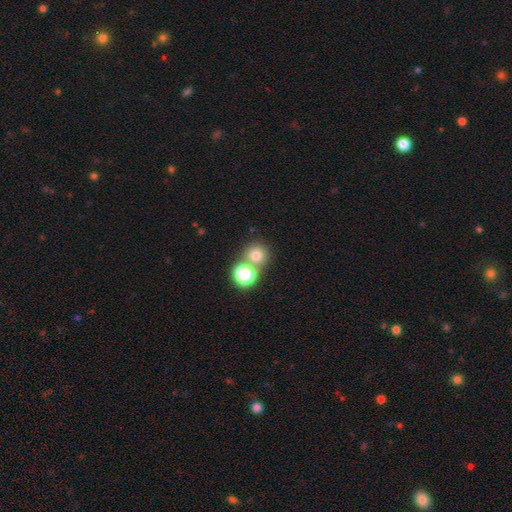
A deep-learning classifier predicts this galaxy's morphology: Smooth or featured? smooth (72%)
How rounded? round (90%)
Merging? none (62%)